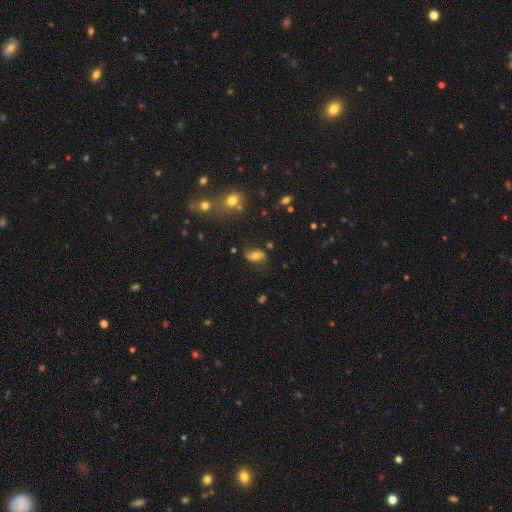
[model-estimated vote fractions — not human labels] Smooth or featured? smooth (50%)
How rounded? in between (83%)
Merging? none (68%)